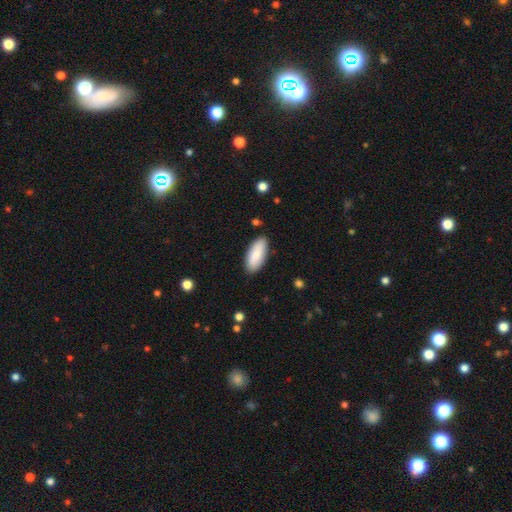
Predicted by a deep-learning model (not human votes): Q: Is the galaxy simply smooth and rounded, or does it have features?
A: smooth — 84%.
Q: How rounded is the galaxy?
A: in between — 84%.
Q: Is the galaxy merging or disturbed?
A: none — 87%.